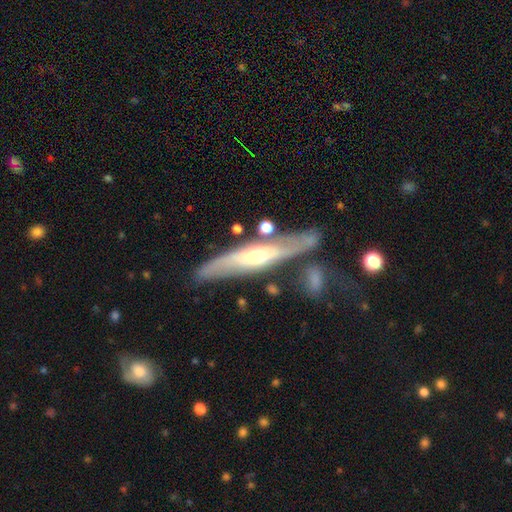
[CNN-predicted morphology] This is likely a featured or disk galaxy (67%). It is likely viewed edge-on (70%). Merging: likely none (68%).